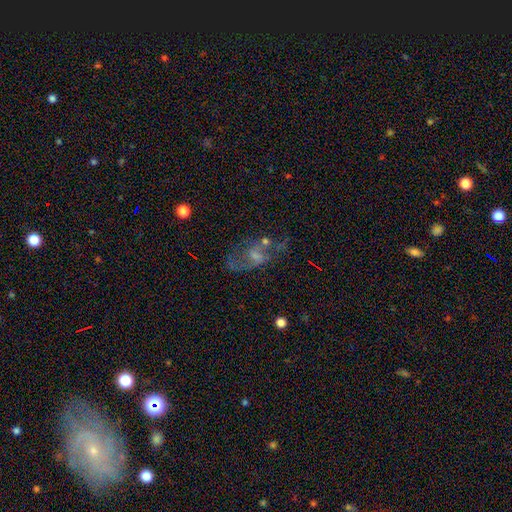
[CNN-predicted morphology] Smooth or featured?
  - featured or disk: 62% *
  - smooth: 23%
  - star or artifact: 15%
Edge-on disk?
  - no: 95% *
  - yes: 5%
Bar?
  - no: 54% *
  - weak: 38%
  - strong: 8%
Spiral arms?
  - yes: 61% *
  - no: 39%
Bulge size?
  - small: 44% *
  - moderate: 33%
  - none: 18%
  - large: 4%
  - dominant: 1%
Merging?
  - none: 41% *
  - major disturbance: 27%
  - minor disturbance: 20%
  - merger: 12%